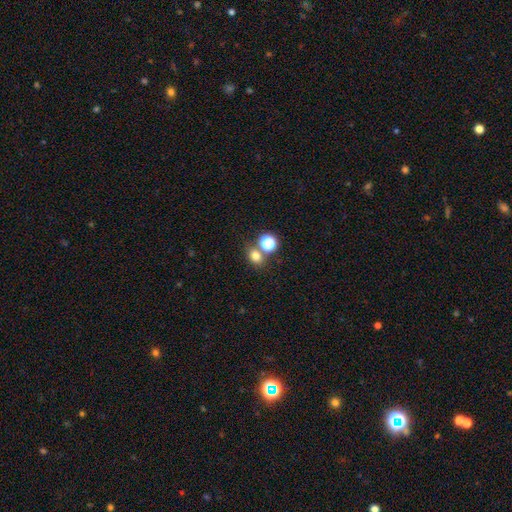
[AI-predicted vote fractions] The model was most divided on "how rounded": round: 58%, in between: 40%, cigar-shaped: 1%. More confident: smooth or featured — smooth (74%); merging — none (63%).